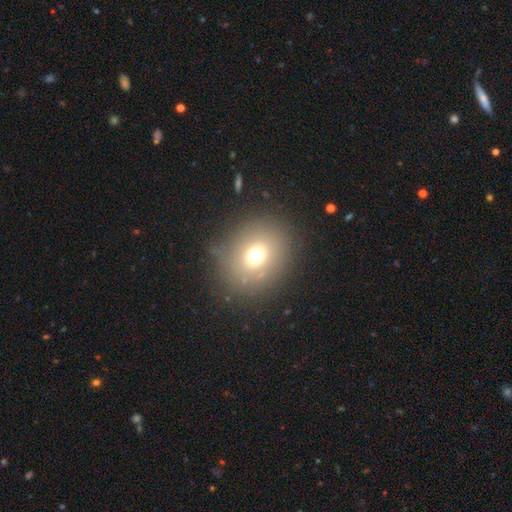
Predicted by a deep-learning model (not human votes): Morphology: type=smooth (67%); roundness=round (74%); merging=none (81%).